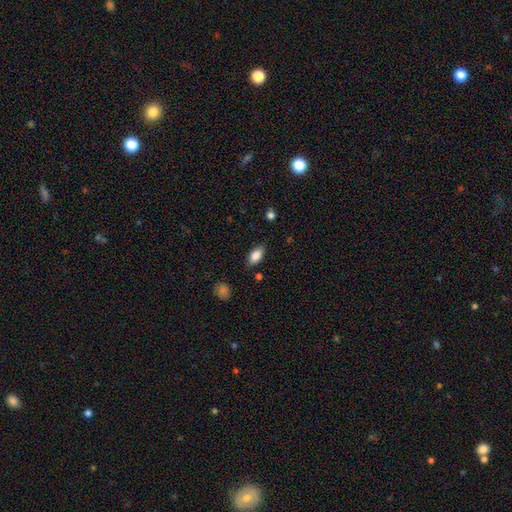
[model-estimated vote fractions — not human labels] smooth_or_featured: smooth (p=0.85) [alt: star or artifact p=0.08]
how_rounded: in between (p=0.90) [alt: round p=0.05]
merging: none (p=0.81) [alt: minor disturbance p=0.14]